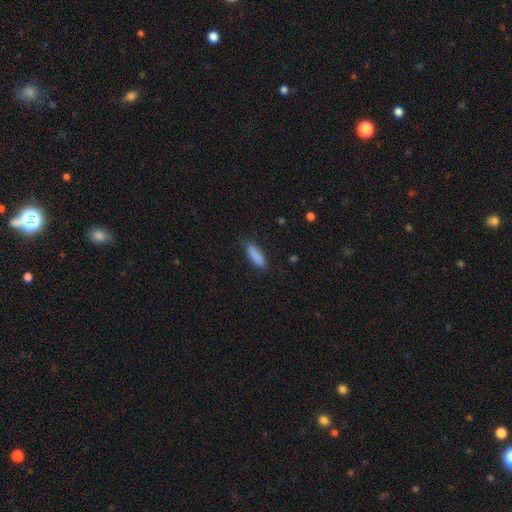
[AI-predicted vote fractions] A smooth galaxy with no disk features (88%) that is in between round and cigar-shaped (56%).

Vote fractions:
- Smooth or featured? smooth: 88% / star or artifact: 7% / featured or disk: 5%
- How rounded? in between: 56% / cigar-shaped: 42% / round: 2%
- Merging? none: 77% / minor disturbance: 18% / major disturbance: 4% / merger: 1%